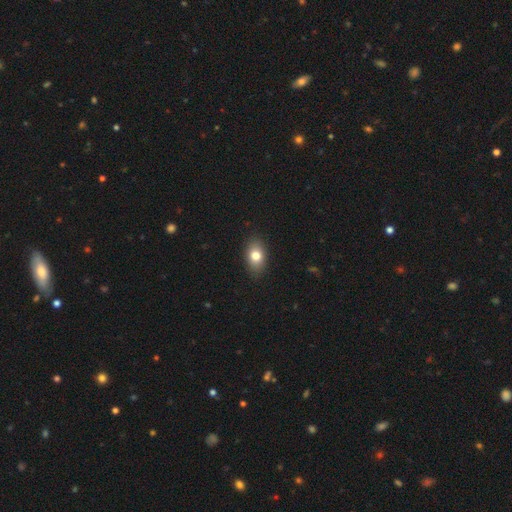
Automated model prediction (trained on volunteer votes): A smooth galaxy with no disk features (78%) that is in between round and cigar-shaped (83%). Merging: none (88%).